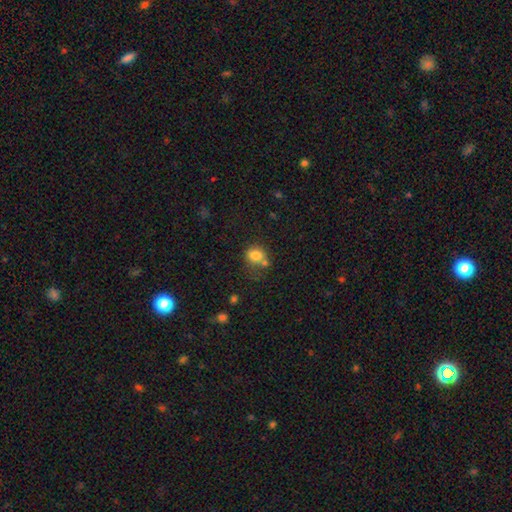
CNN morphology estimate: A smooth galaxy with no disk features (80%) that is round (61%). Merging: none (46%).